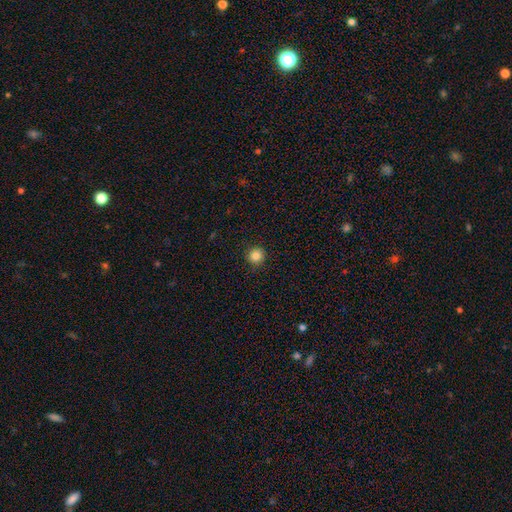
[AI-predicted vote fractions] Overall: smooth (85%). How rounded: round (94%). Merging: none (91%).